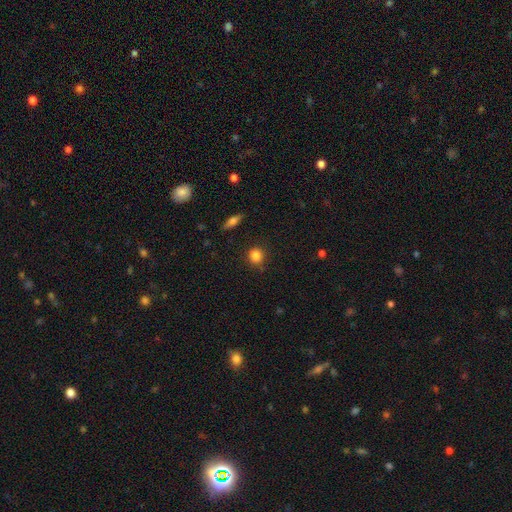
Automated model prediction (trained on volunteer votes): This appears to be a smooth galaxy with no disk features (84%) that is round (88%). Merging: none (86%).